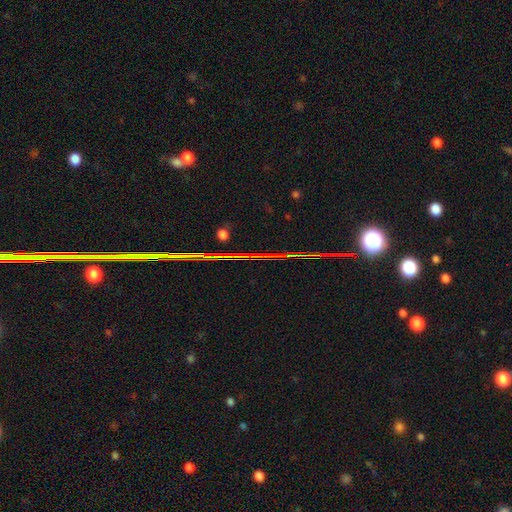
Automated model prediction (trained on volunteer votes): The model was most divided on "smooth or featured": star or artifact: 83%, featured or disk: 9%, smooth: 8%.